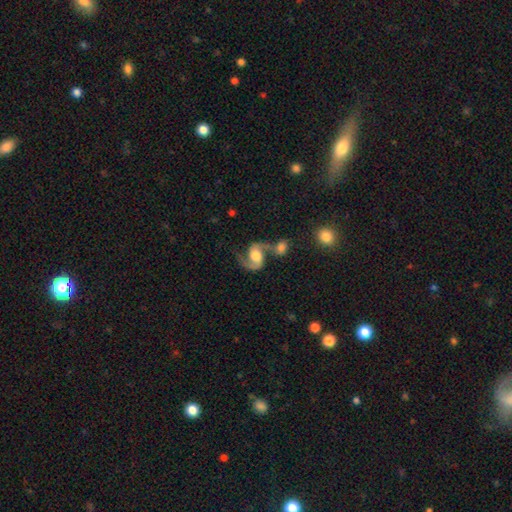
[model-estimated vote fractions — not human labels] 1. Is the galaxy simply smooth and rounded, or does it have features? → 86% featured or disk, 8% smooth, 5% star or artifact.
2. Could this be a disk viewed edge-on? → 98% no, 2% yes.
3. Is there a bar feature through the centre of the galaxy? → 53% no, 35% weak, 12% strong.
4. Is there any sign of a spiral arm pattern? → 96% yes, 4% no.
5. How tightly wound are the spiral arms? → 51% medium, 38% loose, 11% tight.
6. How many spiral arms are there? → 90% 2, 5% 1, 2% can't tell, 1% 3, 1% 4, 1% more than 4.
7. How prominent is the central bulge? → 51% moderate, 34% large, 9% small, 3% none, 3% dominant.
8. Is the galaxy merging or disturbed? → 40% none, 37% merger, 13% minor disturbance, 10% major disturbance.